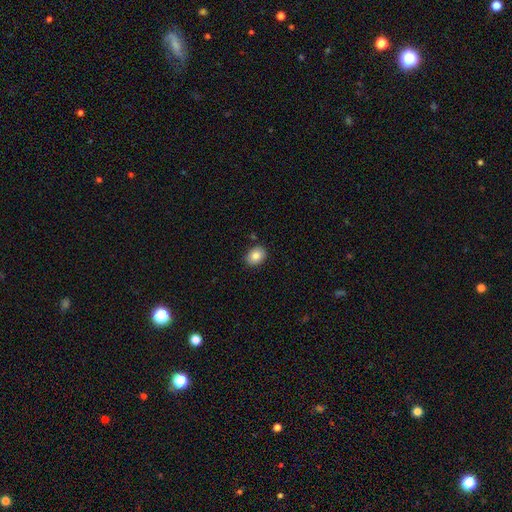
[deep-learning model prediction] The model was most divided on "how rounded": in between: 59%, round: 40%, cigar-shaped: 1%. More confident: merging — none (86%); smooth or featured — smooth (85%).